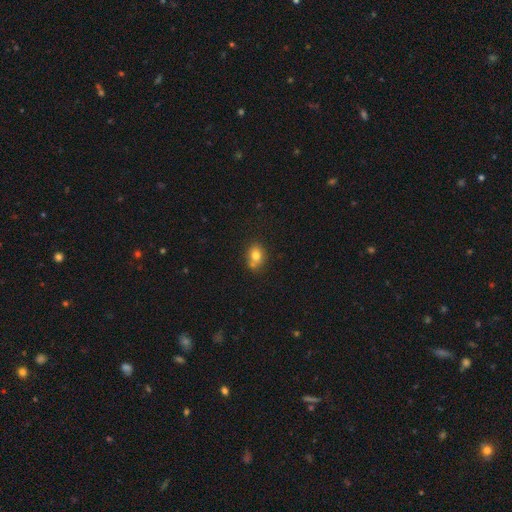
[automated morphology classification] The model was most divided on "how rounded": round: 52%, in between: 47%, cigar-shaped: 1%. More confident: smooth or featured — smooth (77%); merging — none (57%).